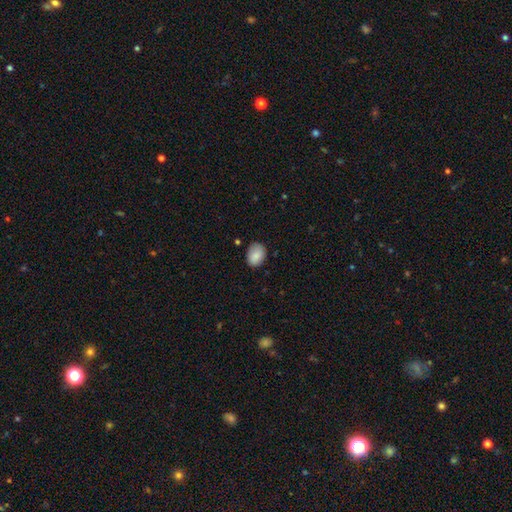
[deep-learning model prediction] Overall: smooth (87%). How rounded: in between (72%). Merging: none (78%).